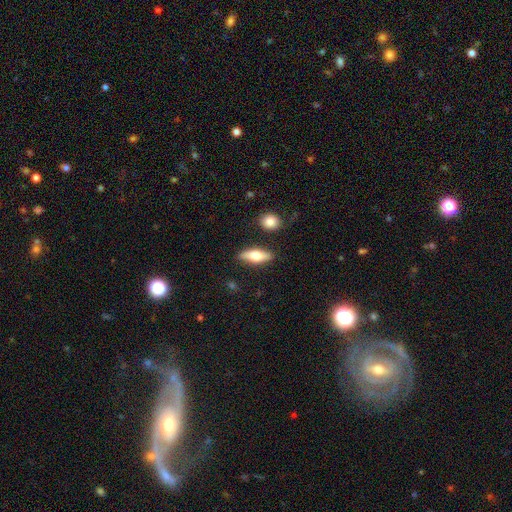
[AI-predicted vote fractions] Smooth or featured? smooth (55%)
How rounded? in between (55%)
Merging? none (84%)